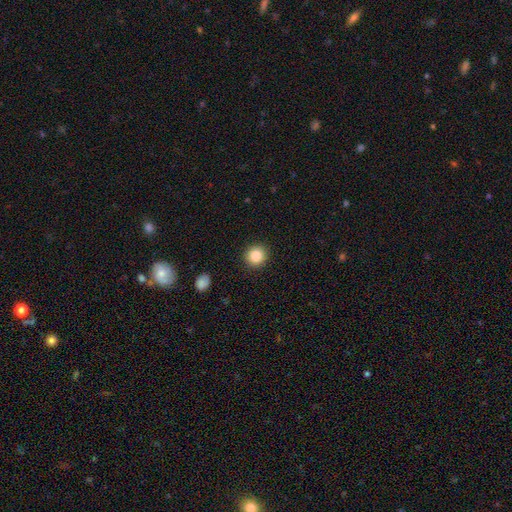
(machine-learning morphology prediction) A smooth galaxy with no disk features (86%) that is round (92%). Merging: none (92%).